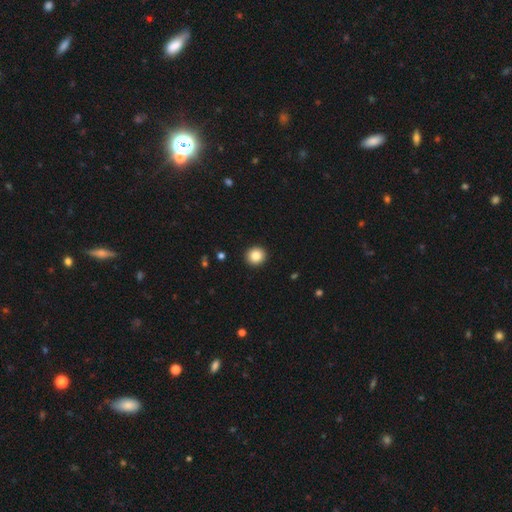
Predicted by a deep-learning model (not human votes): Smooth or featured? Predicted: smooth (p=0.85). How rounded? Predicted: round (p=0.91). Merging? Predicted: none (p=0.93).